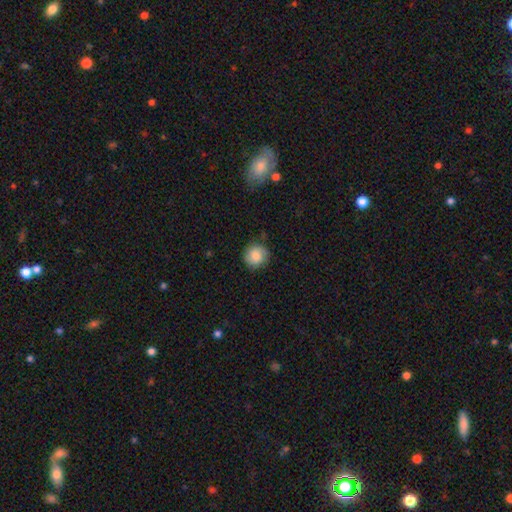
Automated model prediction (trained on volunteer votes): A smooth galaxy with no disk features (81%) that is round (91%).

Vote fractions:
- Smooth or featured? smooth: 81% / featured or disk: 11% / star or artifact: 8%
- How rounded? round: 91% / in between: 9% / cigar-shaped: 1%
- Merging? none: 84% / minor disturbance: 12% / major disturbance: 3% / merger: 1%